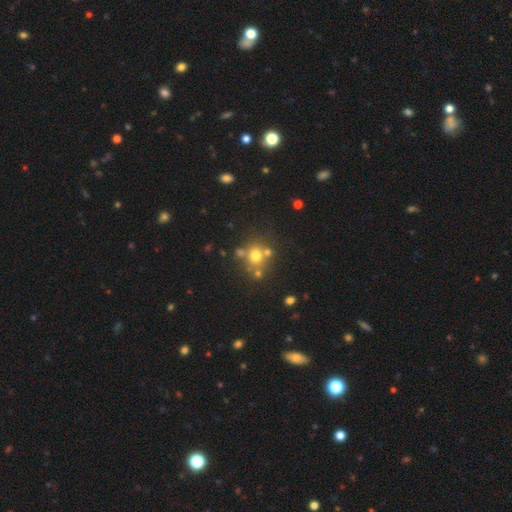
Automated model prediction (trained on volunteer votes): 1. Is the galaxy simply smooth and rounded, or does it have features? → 65% smooth, 19% star or artifact, 16% featured or disk.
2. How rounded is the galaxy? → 84% round, 15% in between, 1% cigar-shaped.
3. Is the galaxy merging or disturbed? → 61% none, 23% merger, 11% minor disturbance, 5% major disturbance.